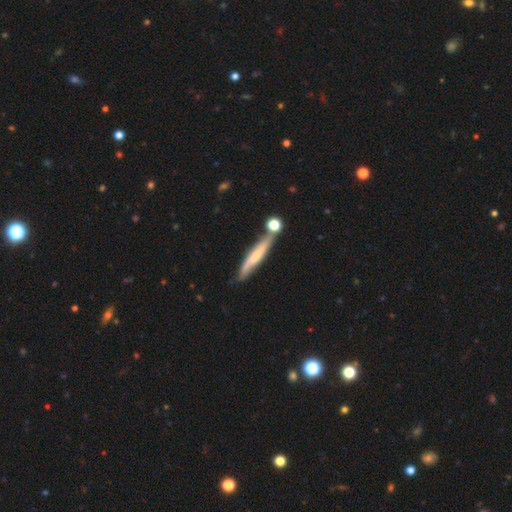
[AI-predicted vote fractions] Smooth or featured: featured or disk — 47% (smooth — 46%)
Merging: none — 65% (minor disturbance — 18%)